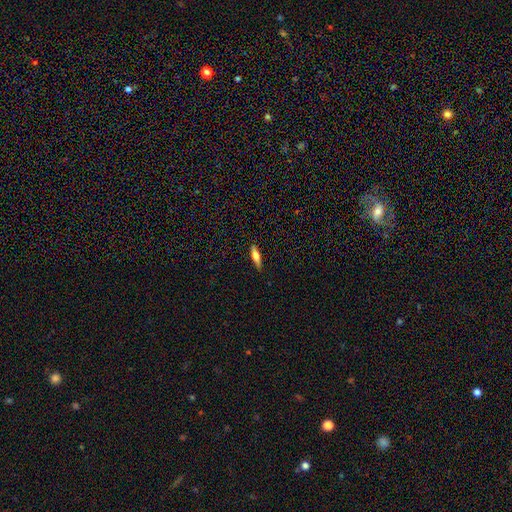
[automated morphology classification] smooth_or_featured: smooth (p=0.53) [alt: featured or disk p=0.40]
how_rounded: cigar-shaped (p=0.66) [alt: in between p=0.31]
merging: none (p=0.86) [alt: minor disturbance p=0.10]